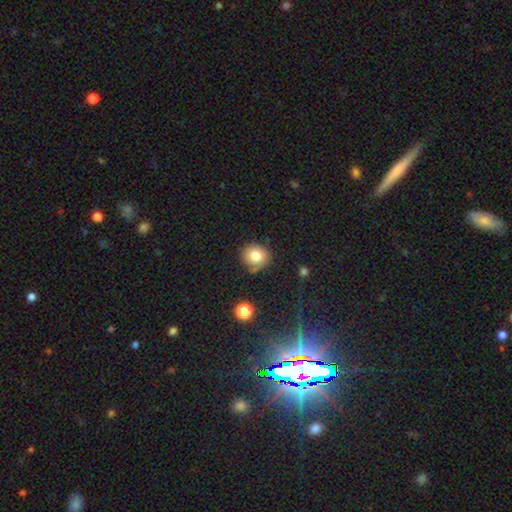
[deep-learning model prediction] Overall: smooth (80%). How rounded: round (82%). Merging: none (74%).